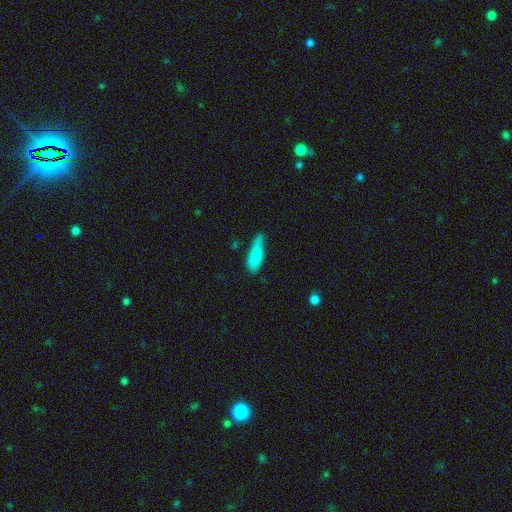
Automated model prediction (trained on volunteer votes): smooth_or_featured: smooth (p=0.82) [alt: featured or disk p=0.11]
how_rounded: in between (p=0.53) [alt: cigar-shaped p=0.45]
merging: none (p=0.49) [alt: minor disturbance p=0.37]